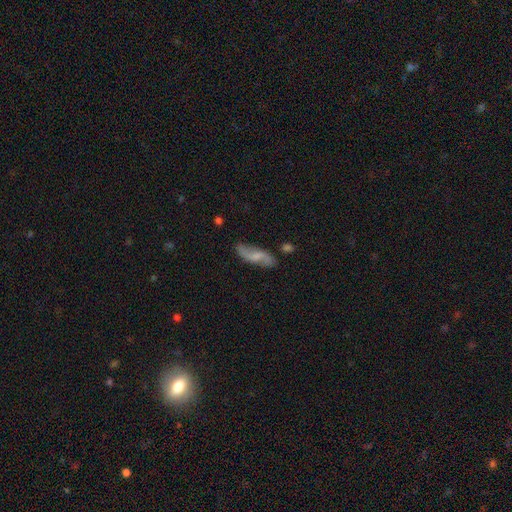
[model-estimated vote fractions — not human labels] featured or disk 66%, smooth 28%, star or artifact 7%. Down the decision tree: edge-on disk — no (90%); bar — weak (46%); spiral arms — yes (92%); spiral arm count — 2 (91%); spiral winding — loose (71%); bulge size — small (36%); merging — none (77%).